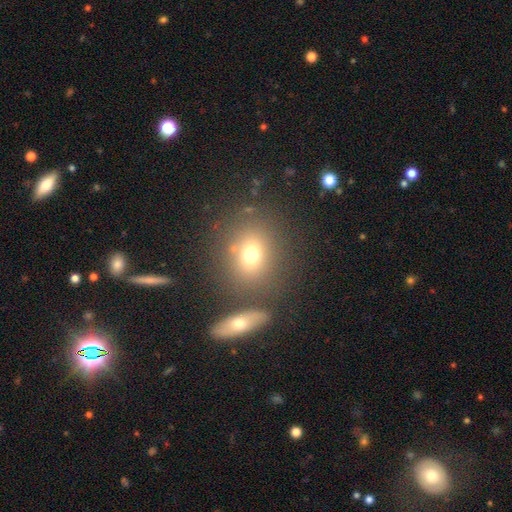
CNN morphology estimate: smooth 60%, star or artifact 21%, featured or disk 19%. Down the decision tree: how rounded — round (62%); merging — none (74%).